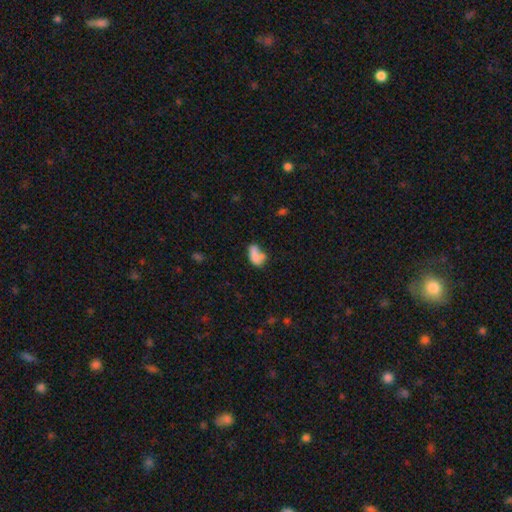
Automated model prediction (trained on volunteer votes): smooth_or_featured: smooth (p=0.76) [alt: featured or disk p=0.15]
how_rounded: in between (p=0.87) [alt: round p=0.07]
merging: none (p=0.36) [alt: merger p=0.25]